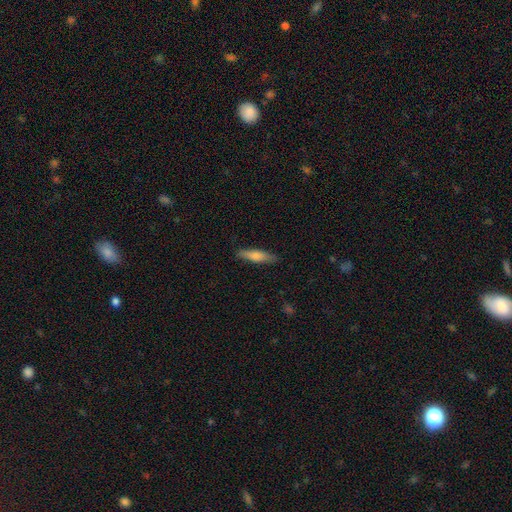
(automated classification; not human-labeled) Morphology: type=smooth (70%); roundness=cigar-shaped (73%); merging=none (88%).